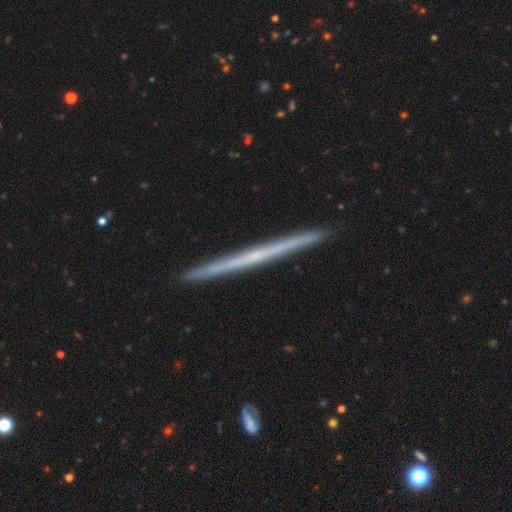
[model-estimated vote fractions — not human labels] The model was most divided on "smooth or featured": featured or disk: 69%, smooth: 24%, star or artifact: 6%. More confident: edge-on disk — yes (98%); merging — none (92%); edge-on bulge — none (84%).